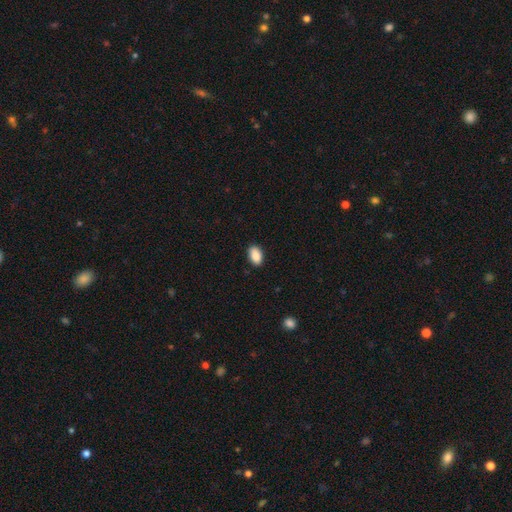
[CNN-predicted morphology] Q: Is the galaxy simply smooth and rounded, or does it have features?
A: smooth — 89%.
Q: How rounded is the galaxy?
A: in between — 91%.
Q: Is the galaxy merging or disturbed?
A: none — 88%.